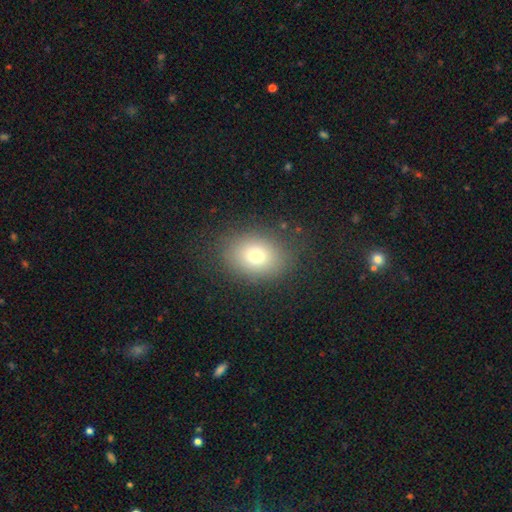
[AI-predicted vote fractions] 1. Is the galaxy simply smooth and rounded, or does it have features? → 75% smooth, 13% star or artifact, 13% featured or disk.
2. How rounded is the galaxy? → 61% in between, 38% round, 1% cigar-shaped.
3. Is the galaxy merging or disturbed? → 83% none, 11% minor disturbance, 5% major disturbance, 1% merger.